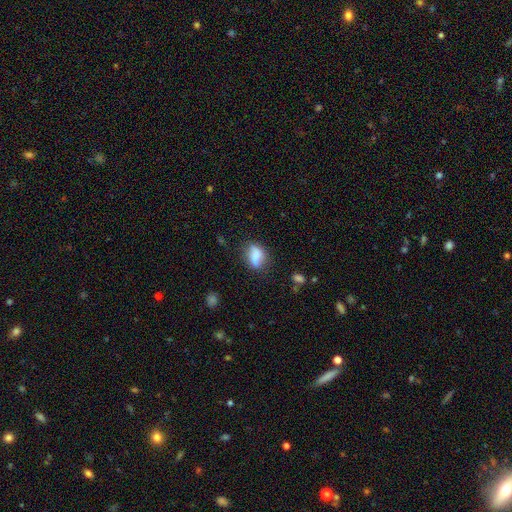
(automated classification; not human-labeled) This is likely a smooth galaxy (74%). How rounded: likely in between (77%). Merging: likely none (64%).